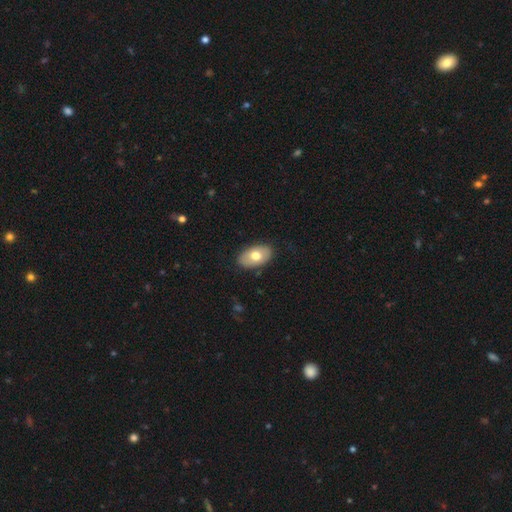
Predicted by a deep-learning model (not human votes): This appears to be a smooth galaxy with no disk features (70%) that is in between round and cigar-shaped (92%). Merging: none (86%).